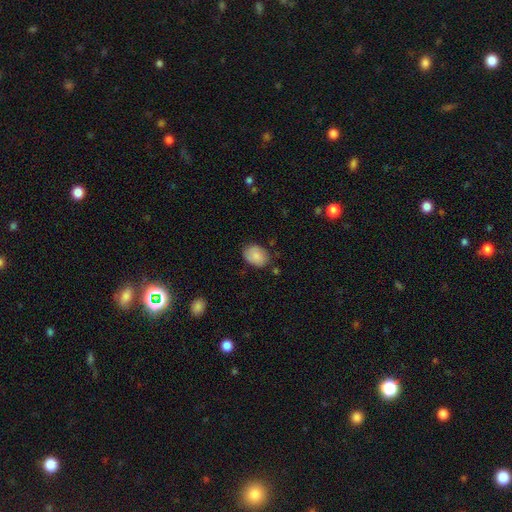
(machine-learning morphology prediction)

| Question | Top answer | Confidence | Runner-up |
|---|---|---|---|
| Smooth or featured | smooth | 82% | featured or disk (11%) |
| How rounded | in between | 76% | round (23%) |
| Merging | none | 74% | minor disturbance (19%) |